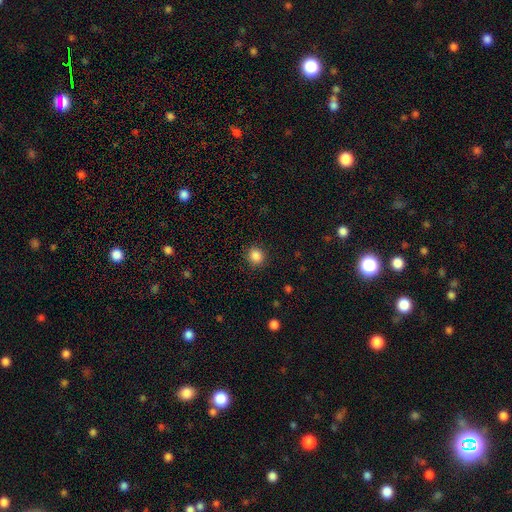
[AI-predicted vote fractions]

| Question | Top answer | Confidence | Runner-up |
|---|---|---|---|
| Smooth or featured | smooth | 87% | star or artifact (10%) |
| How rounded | round | 84% | in between (15%) |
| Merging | none | 89% | minor disturbance (8%) |